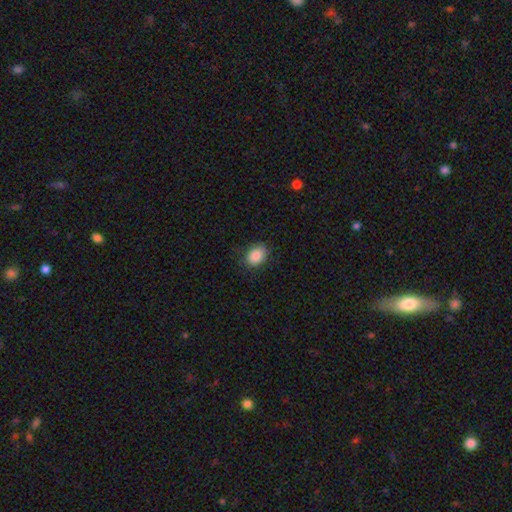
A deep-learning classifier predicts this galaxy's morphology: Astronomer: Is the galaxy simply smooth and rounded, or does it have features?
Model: smooth — 87%.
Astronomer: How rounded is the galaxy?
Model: in between — 74%.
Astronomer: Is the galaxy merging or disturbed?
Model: none — 82%.